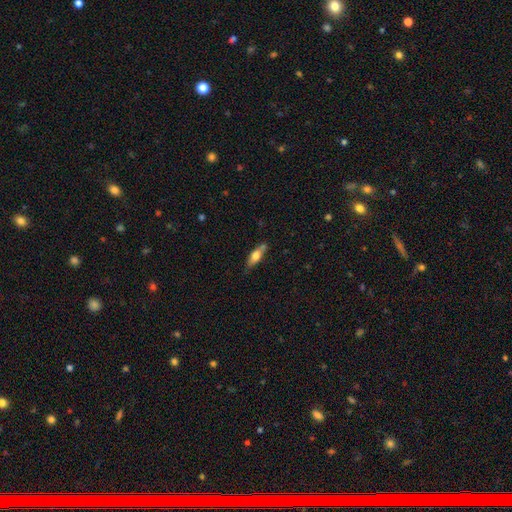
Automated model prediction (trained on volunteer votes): Smooth or featured: smooth — 61% (featured or disk — 33%)
How rounded: in between — 51% (cigar-shaped — 46%)
Merging: none — 66% (minor disturbance — 21%)